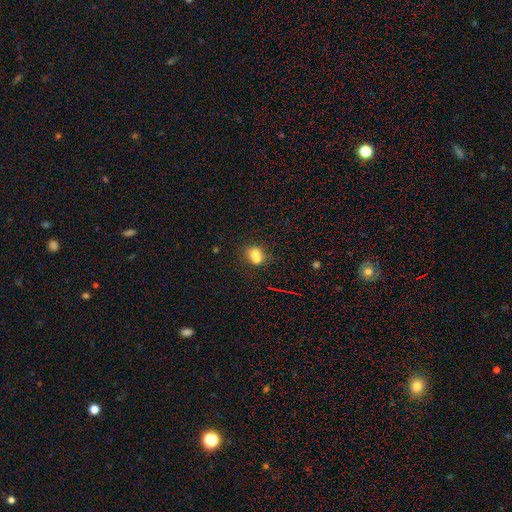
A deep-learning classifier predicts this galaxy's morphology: A smooth galaxy with no disk features (66%) that is round (72%). Merging: merger (58%).